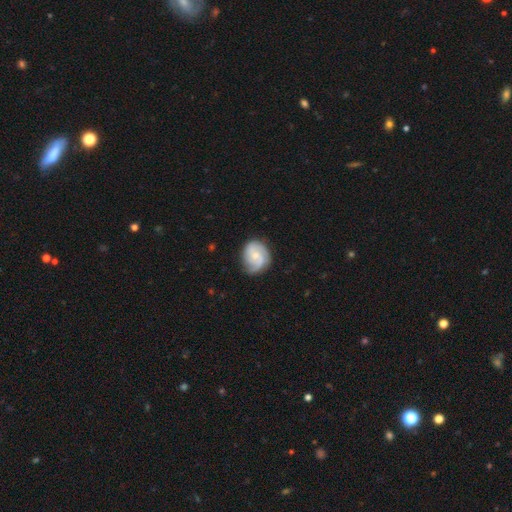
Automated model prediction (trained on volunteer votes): This is likely a featured or disk galaxy (73%). It is clearly not viewed edge-on (98%). Bar: likely no (66%). Spiral arm pattern: clearly yes (95%). Spiral arm count: marginally 2 (39%). Spiral winding: marginally tight (45%). Central bulge: possibly small (58%). Merging: likely none (71%).